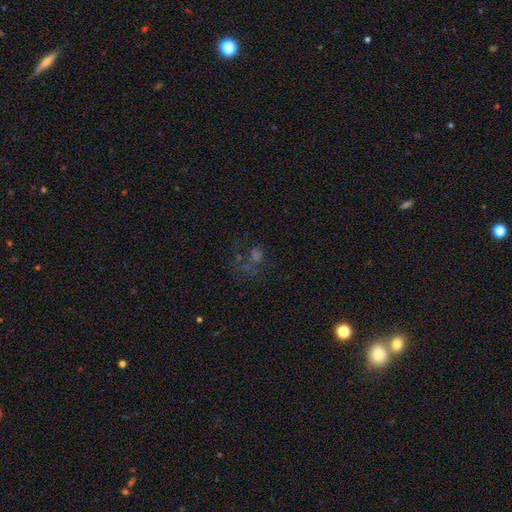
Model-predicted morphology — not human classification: The model was most divided on "smooth or featured": star or artifact: 41%, smooth: 32%, featured or disk: 27%.